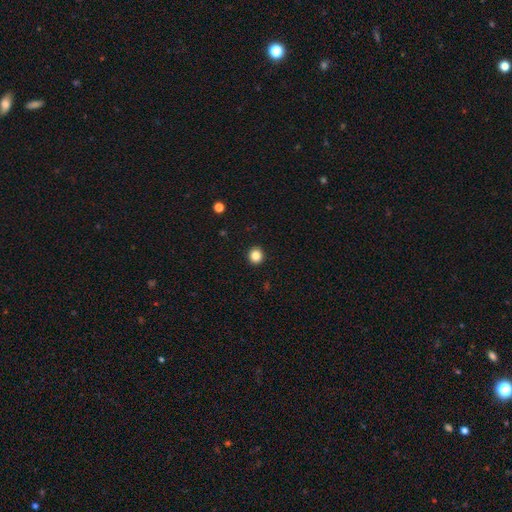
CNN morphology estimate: A smooth galaxy with no disk features (85%) that is round (91%).

Vote fractions:
- Smooth or featured? smooth: 85% / star or artifact: 11% / featured or disk: 4%
- How rounded? round: 91% / in between: 8% / cigar-shaped: 1%
- Merging? none: 93% / minor disturbance: 4% / major disturbance: 1% / merger: 1%